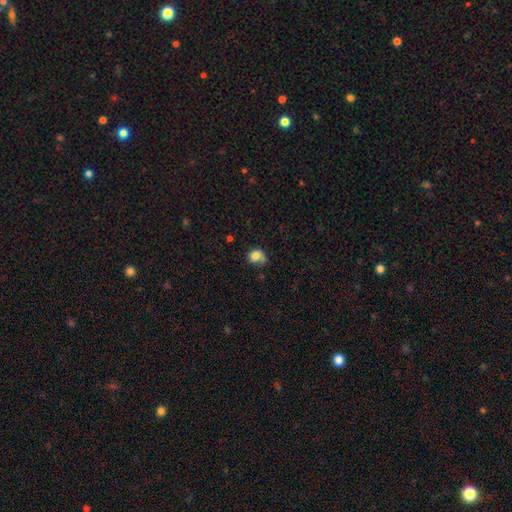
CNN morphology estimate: Smooth or featured?
  - smooth: 78% *
  - featured or disk: 11%
  - star or artifact: 10%
How rounded?
  - round: 64% *
  - in between: 35%
  - cigar-shaped: 1%
Merging?
  - none: 42% *
  - minor disturbance: 28%
  - major disturbance: 16%
  - merger: 14%